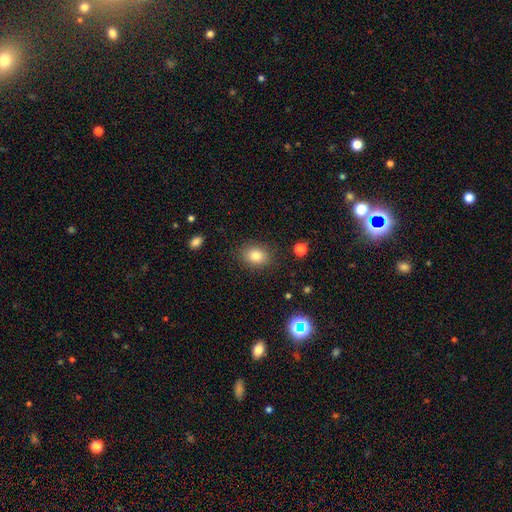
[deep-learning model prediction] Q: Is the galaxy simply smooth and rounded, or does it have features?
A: smooth — 82%.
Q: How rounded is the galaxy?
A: in between — 55%.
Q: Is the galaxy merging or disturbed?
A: none — 85%.